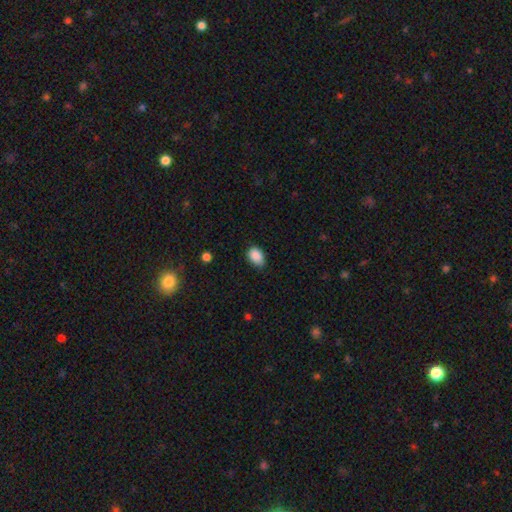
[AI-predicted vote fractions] Smooth or featured? Predicted: smooth (p=0.89). How rounded? Predicted: in between (p=0.84). Merging? Predicted: none (p=0.74).